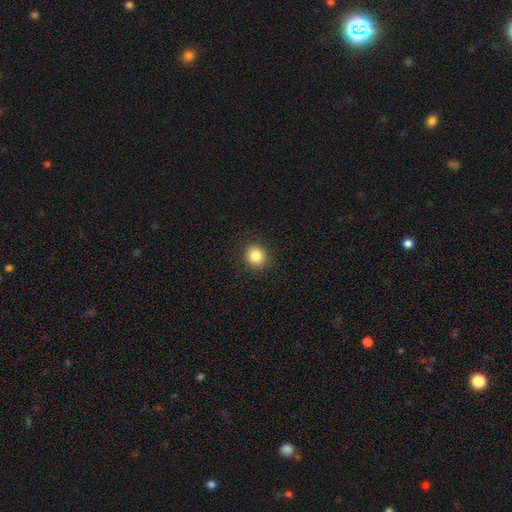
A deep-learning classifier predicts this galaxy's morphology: Overall: smooth (84%). How rounded: round (84%). Merging: none (91%).